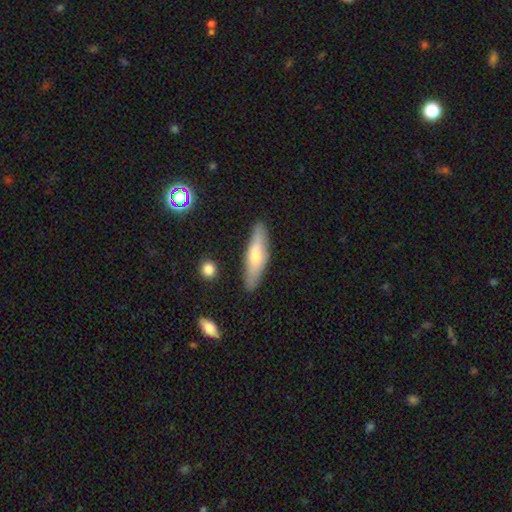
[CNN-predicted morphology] This appears to be a smooth galaxy with no disk features (53%) that is cigar-shaped (68%). Merging: none (84%).